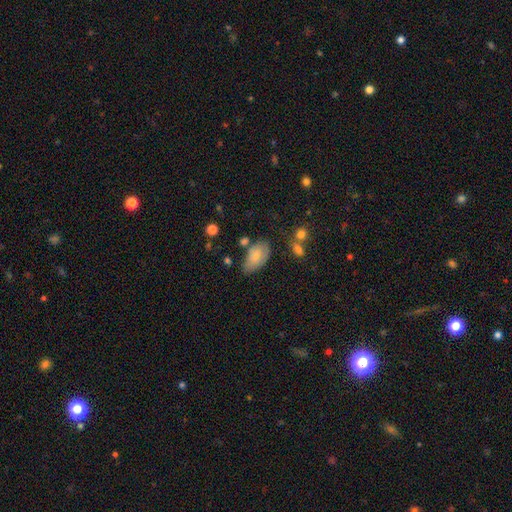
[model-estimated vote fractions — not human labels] Smooth or featured? smooth (76%)
How rounded? in between (93%)
Merging? none (52%)